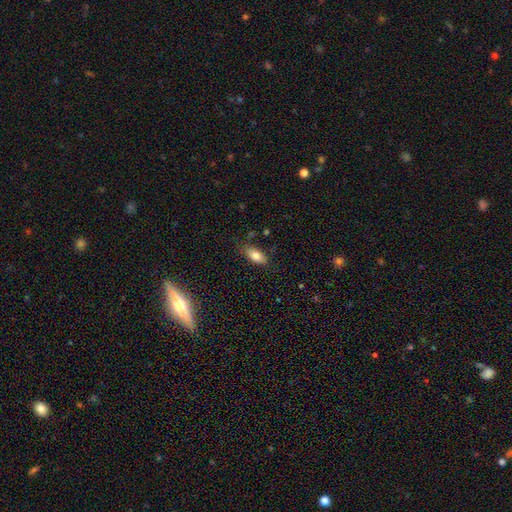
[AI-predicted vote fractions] Smooth or featured? smooth (81%)
How rounded? in between (88%)
Merging? none (80%)